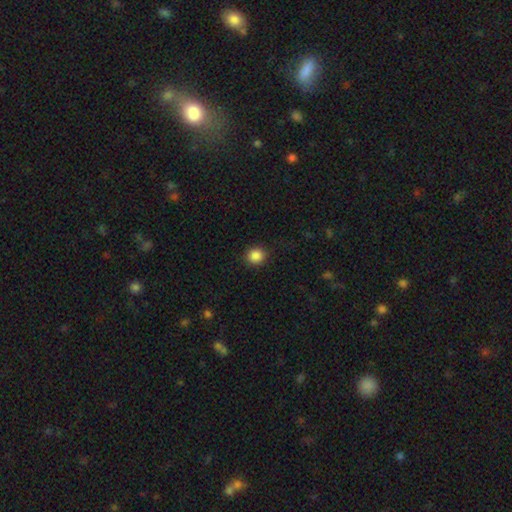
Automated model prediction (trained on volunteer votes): The model was most divided on "smooth or featured": smooth: 87%, star or artifact: 10%, featured or disk: 3%. More confident: merging — none (91%); how rounded — round (89%).